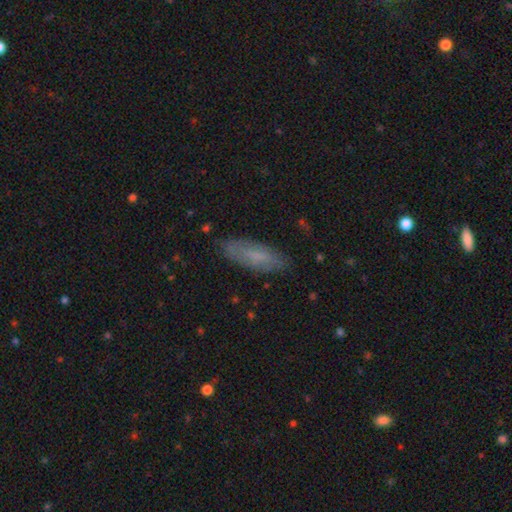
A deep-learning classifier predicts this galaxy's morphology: Q: Smooth or featured?
A: smooth (60%); runner-up: featured or disk (31%)
Q: How rounded?
A: in between (59%); runner-up: cigar-shaped (39%)
Q: Merging?
A: none (82%); runner-up: minor disturbance (14%)